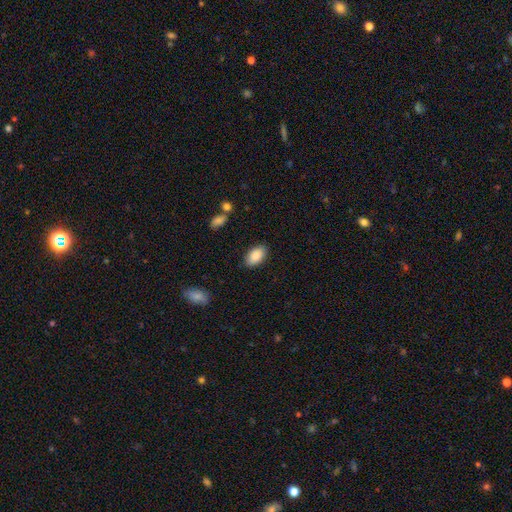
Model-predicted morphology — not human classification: The model was most divided on "merging": none: 86%, minor disturbance: 10%, major disturbance: 3%, merger: 1%. More confident: how rounded — in between (94%); smooth or featured — smooth (89%).